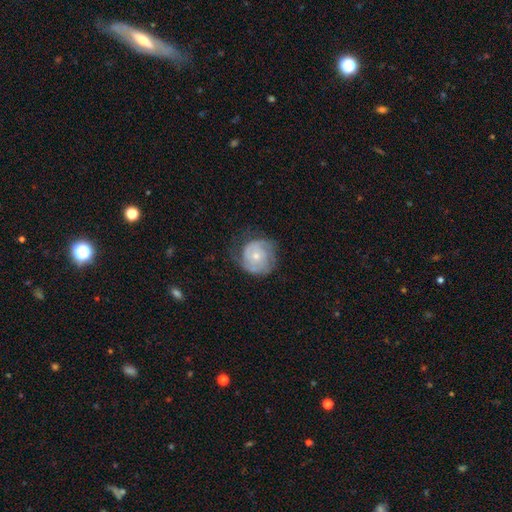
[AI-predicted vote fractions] featured or disk 69%, smooth 25%, star or artifact 6%. Down the decision tree: edge-on disk — no (98%); bar — no (79%); spiral arms — yes (88%); spiral arm count — can't tell (35%); spiral winding — tight (60%); bulge size — small (53%); merging — none (61%).